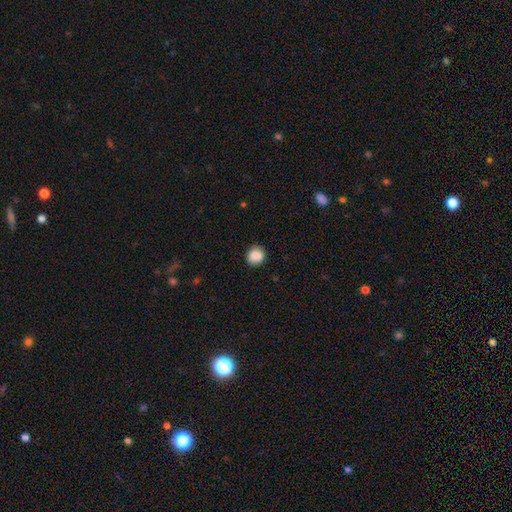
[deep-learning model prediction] The model was most divided on "how rounded": round: 88%, in between: 11%, cigar-shaped: 1%. More confident: merging — none (89%); smooth or featured — smooth (87%).